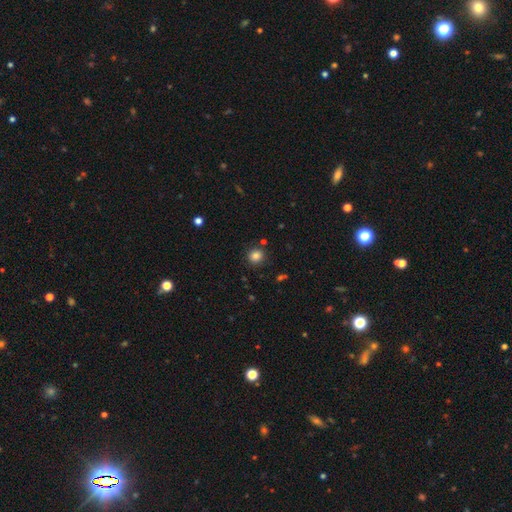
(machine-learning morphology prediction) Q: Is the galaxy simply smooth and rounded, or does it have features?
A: smooth — 83%.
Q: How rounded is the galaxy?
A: round — 87%.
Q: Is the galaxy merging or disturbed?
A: none — 87%.